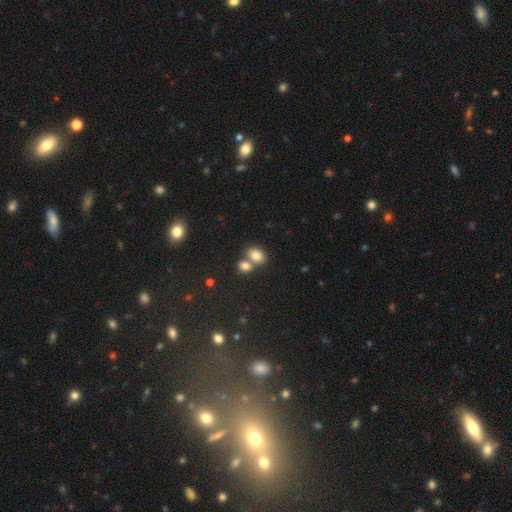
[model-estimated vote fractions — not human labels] Overall: smooth (81%). How rounded: in between (70%). Merging: merger (47%; none 40%).